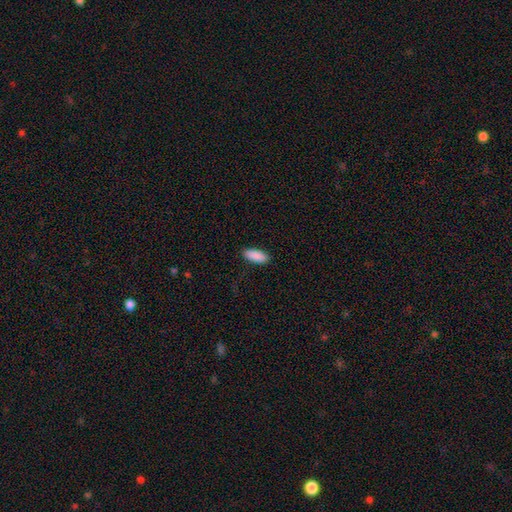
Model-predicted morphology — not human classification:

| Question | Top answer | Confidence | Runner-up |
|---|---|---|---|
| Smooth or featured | smooth | 91% | star or artifact (6%) |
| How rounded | in between | 82% | cigar-shaped (17%) |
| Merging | none | 89% | minor disturbance (8%) |